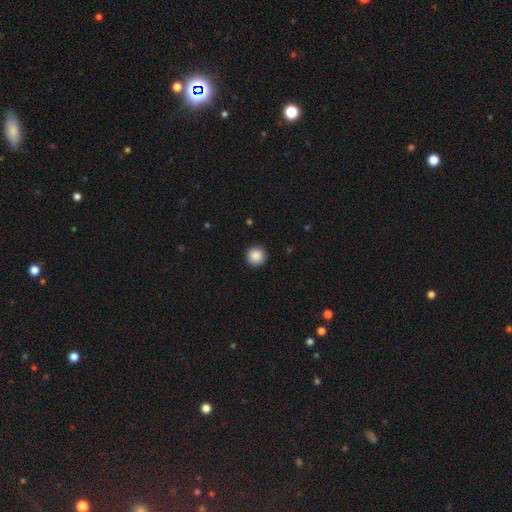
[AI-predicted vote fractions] This appears to be a smooth galaxy with no disk features (88%) that is round (96%). Merging: none (93%).